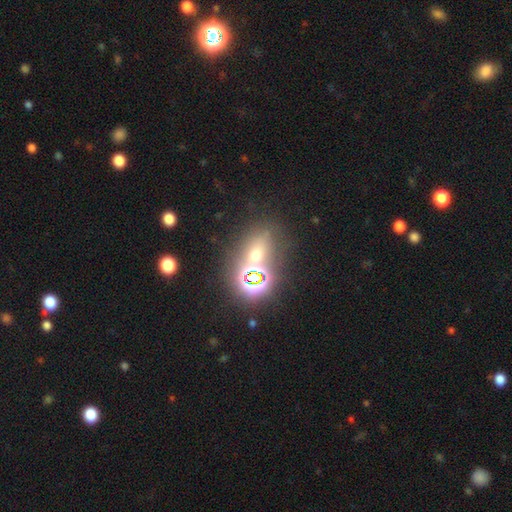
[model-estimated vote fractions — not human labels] smooth_or_featured: star or artifact (p=0.47) [alt: smooth p=0.39]